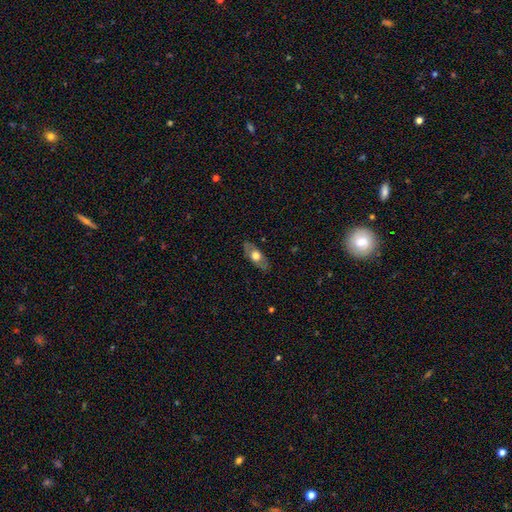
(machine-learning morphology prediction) A smooth galaxy with no disk features (53%) that is in between round and cigar-shaped (80%).

Vote fractions:
- Smooth or featured? smooth: 53% / featured or disk: 41% / star or artifact: 6%
- How rounded? in between: 80% / cigar-shaped: 13% / round: 6%
- Merging? none: 83% / minor disturbance: 13% / major disturbance: 3% / merger: 1%